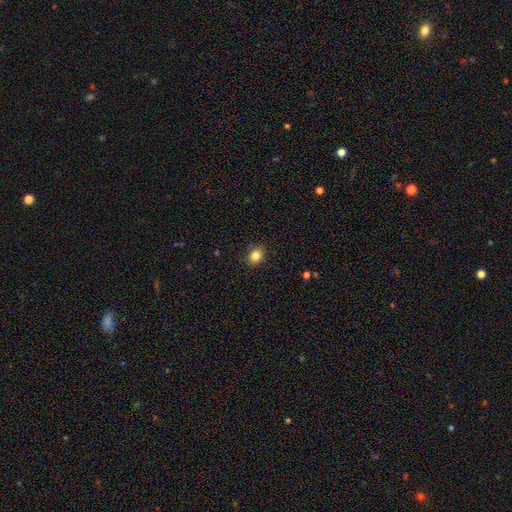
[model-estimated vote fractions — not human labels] Overall: smooth (83%). How rounded: round (65%; in between 34%). Merging: none (86%).